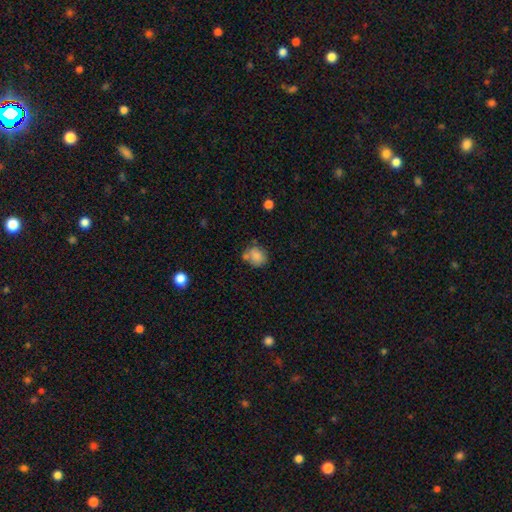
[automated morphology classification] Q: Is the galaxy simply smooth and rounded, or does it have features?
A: smooth — 82%.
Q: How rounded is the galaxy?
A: round — 69%.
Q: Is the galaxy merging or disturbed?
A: none — 57%.